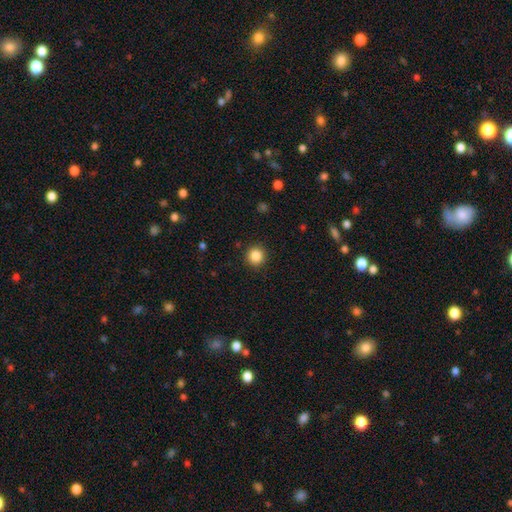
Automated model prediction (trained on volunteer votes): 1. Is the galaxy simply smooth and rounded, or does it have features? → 86% smooth, 11% star or artifact, 3% featured or disk.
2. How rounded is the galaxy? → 94% round, 5% in between, 1% cigar-shaped.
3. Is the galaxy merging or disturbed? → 91% none, 6% minor disturbance, 2% major disturbance, 1% merger.